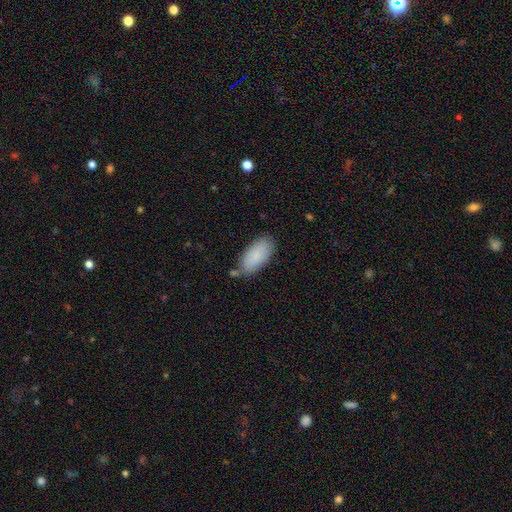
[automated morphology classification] smooth 85%, featured or disk 8%, star or artifact 7%. Down the decision tree: how rounded — in between (91%); merging — none (70%).